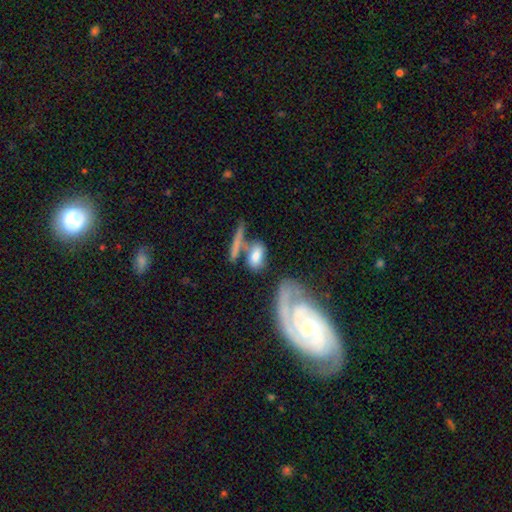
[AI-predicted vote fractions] The model was most divided on "merging": none: 43%, merger: 31%, minor disturbance: 16%, major disturbance: 10%. More confident: how rounded — in between (82%); smooth or featured — smooth (72%).